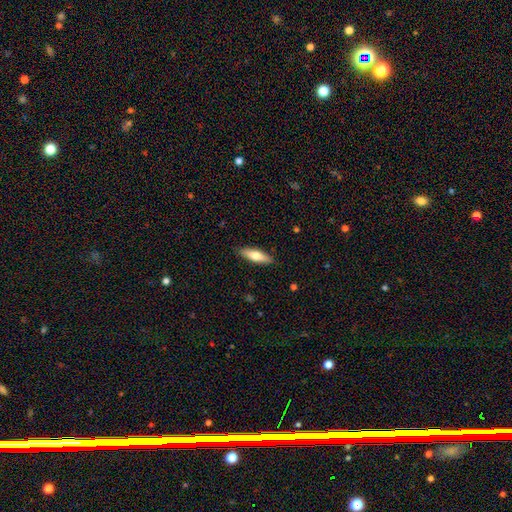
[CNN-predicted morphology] Q: Smooth or featured?
A: smooth (68%); runner-up: featured or disk (27%)
Q: How rounded?
A: cigar-shaped (54%); runner-up: in between (44%)
Q: Merging?
A: none (88%); runner-up: minor disturbance (9%)